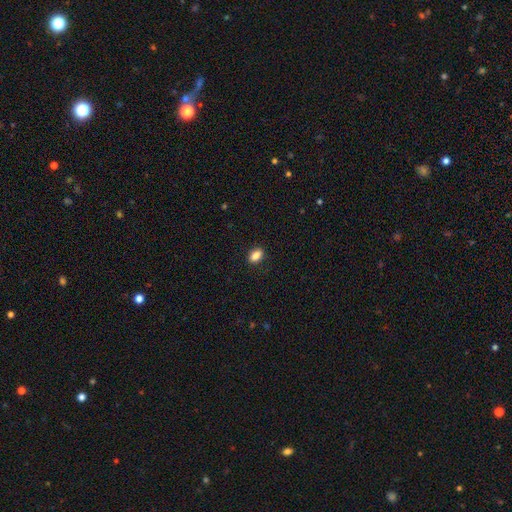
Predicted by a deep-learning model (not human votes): This appears to be a smooth galaxy with no disk features (86%) that is in between round and cigar-shaped (83%). Merging: none (88%).